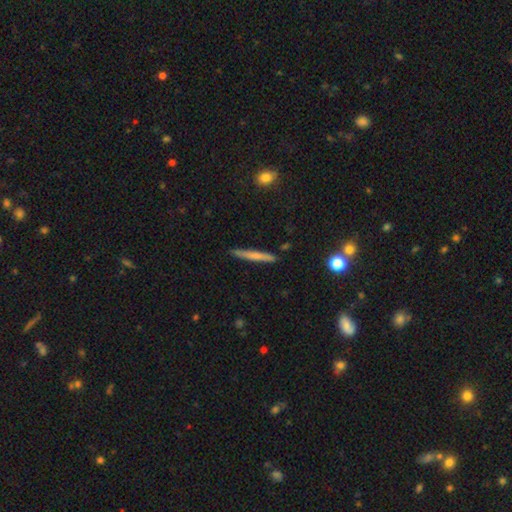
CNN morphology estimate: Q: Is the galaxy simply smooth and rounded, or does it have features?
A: smooth — 63%.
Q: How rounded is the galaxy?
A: cigar-shaped — 95%.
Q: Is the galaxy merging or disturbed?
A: none — 87%.